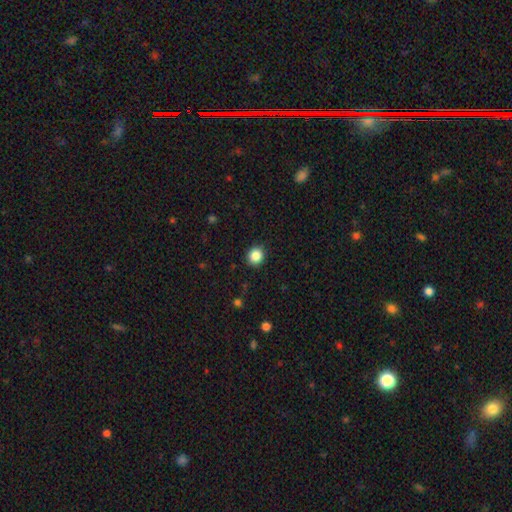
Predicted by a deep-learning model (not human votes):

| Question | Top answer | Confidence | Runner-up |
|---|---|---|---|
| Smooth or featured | smooth | 86% | star or artifact (10%) |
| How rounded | round | 83% | in between (16%) |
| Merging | none | 90% | minor disturbance (7%) |